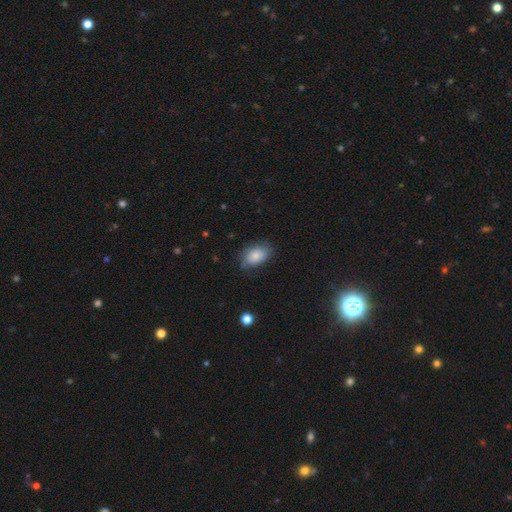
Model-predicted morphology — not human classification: smooth-or-featured: smooth: 83% | featured or disk: 10% | star or artifact: 7%
  how-rounded: in between: 88% | round: 10% | cigar-shaped: 2%
  merging: none: 71% | minor disturbance: 22% | major disturbance: 5% | merger: 1%